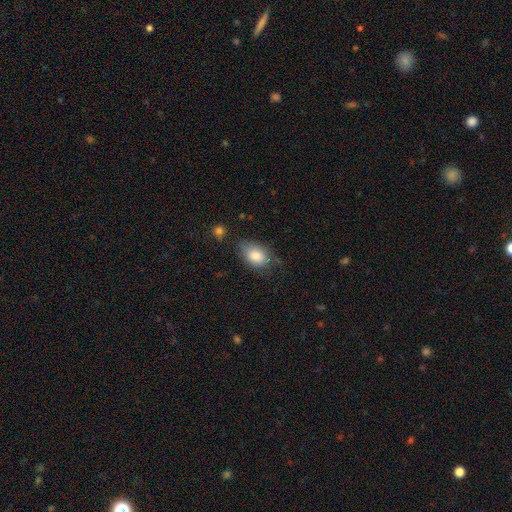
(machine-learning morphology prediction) smooth 83%, featured or disk 10%, star or artifact 7%. Down the decision tree: how rounded — in between (85%); merging — none (59%).